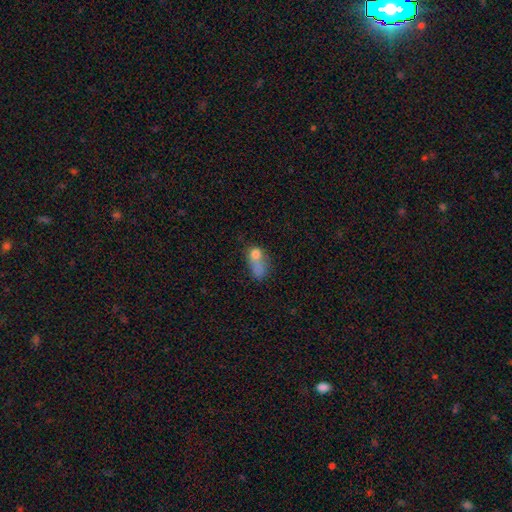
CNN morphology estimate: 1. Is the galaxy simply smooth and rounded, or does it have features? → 67% smooth, 19% featured or disk, 13% star or artifact.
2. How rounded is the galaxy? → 65% in between, 30% round, 5% cigar-shaped.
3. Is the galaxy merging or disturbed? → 37% merger, 24% major disturbance, 22% none, 17% minor disturbance.